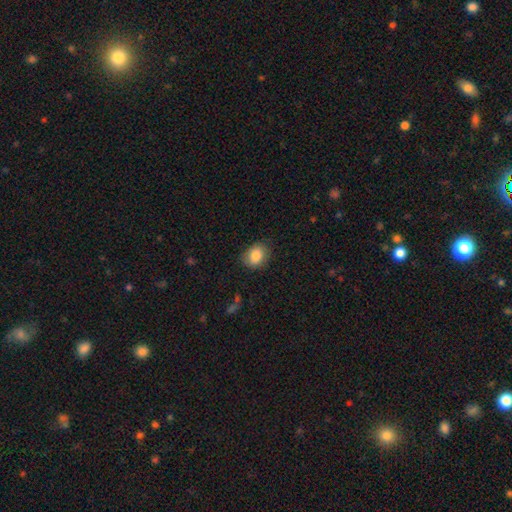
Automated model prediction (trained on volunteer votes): smooth_or_featured: smooth (p=0.85) [alt: star or artifact p=0.08]
how_rounded: in between (p=0.55) [alt: round p=0.44]
merging: none (p=0.79) [alt: minor disturbance p=0.16]